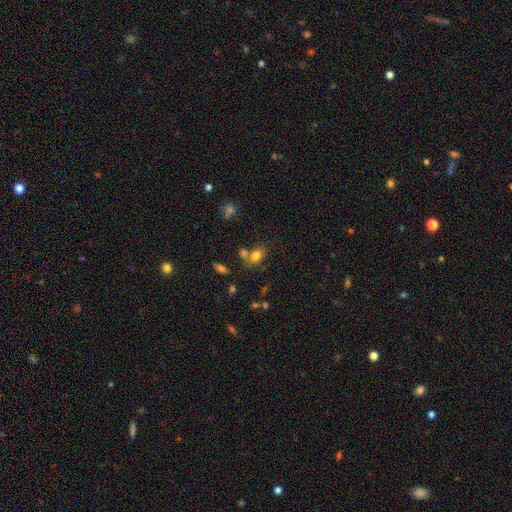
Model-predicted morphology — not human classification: Smooth or featured?
  - smooth: 78% *
  - star or artifact: 12%
  - featured or disk: 11%
How rounded?
  - in between: 78% *
  - round: 20%
  - cigar-shaped: 2%
Merging?
  - none: 56% *
  - merger: 26%
  - minor disturbance: 14%
  - major disturbance: 5%